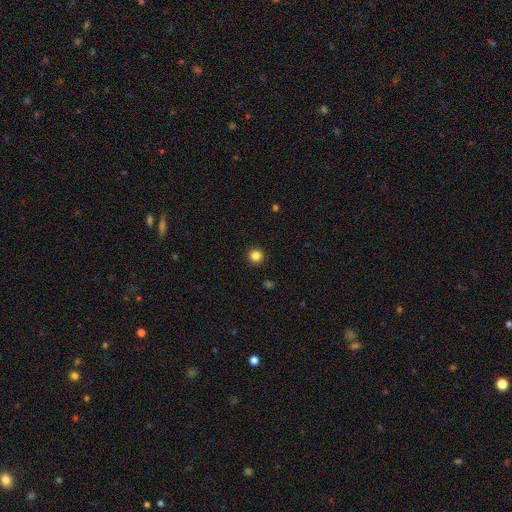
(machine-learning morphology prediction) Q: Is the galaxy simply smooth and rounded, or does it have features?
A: smooth — 84%.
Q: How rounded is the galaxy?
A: round — 96%.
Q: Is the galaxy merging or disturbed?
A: none — 93%.